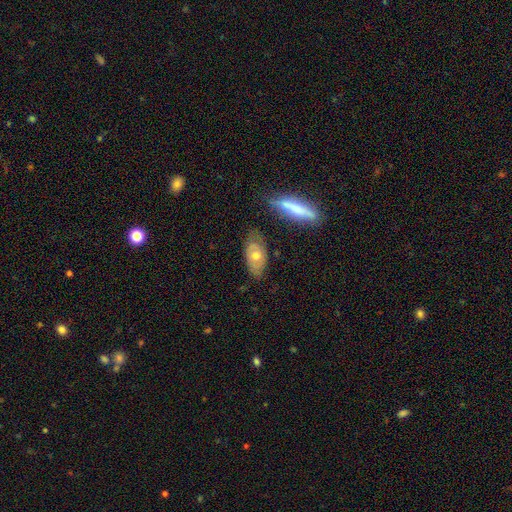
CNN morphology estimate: Q: Smooth or featured?
A: smooth (47%); runner-up: featured or disk (46%)
Q: Merging?
A: none (68%); runner-up: minor disturbance (22%)